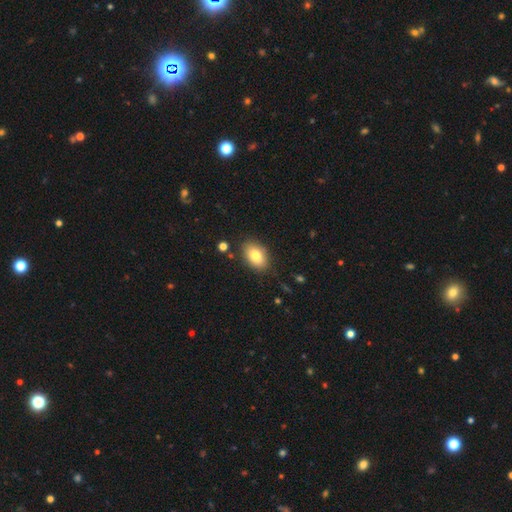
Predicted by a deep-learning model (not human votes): This appears to be a smooth galaxy with no disk features (80%) that is in between round and cigar-shaped (87%). Merging: none (84%).